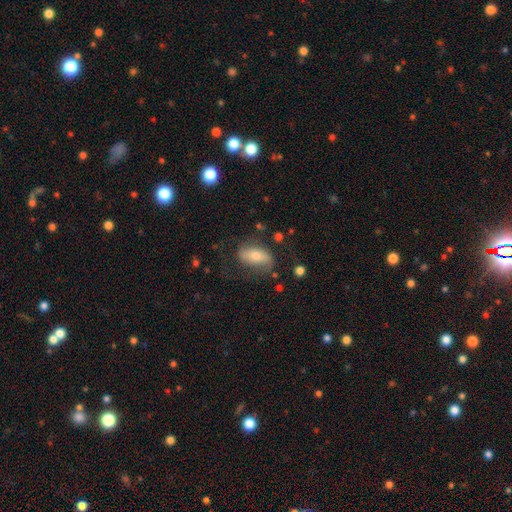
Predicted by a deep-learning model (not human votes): smooth-or-featured: smooth: 53% | featured or disk: 40% | star or artifact: 8%
  how-rounded: in between: 86% | cigar-shaped: 9% | round: 6%
  merging: none: 55% | minor disturbance: 23% | major disturbance: 19% | merger: 3%